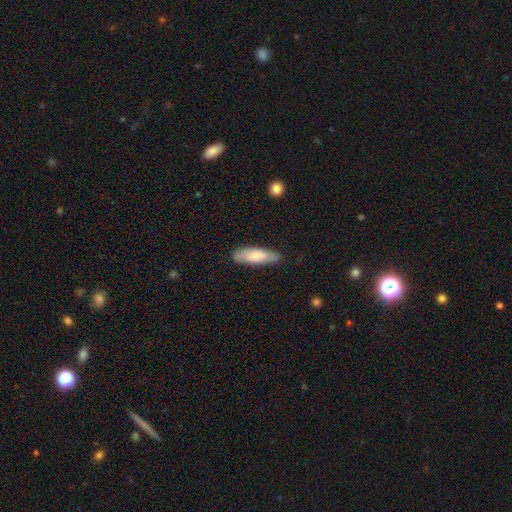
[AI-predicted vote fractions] This is likely a smooth galaxy (67%). How rounded: possibly cigar-shaped (49%, tied with in between). Merging: likely none (79%).